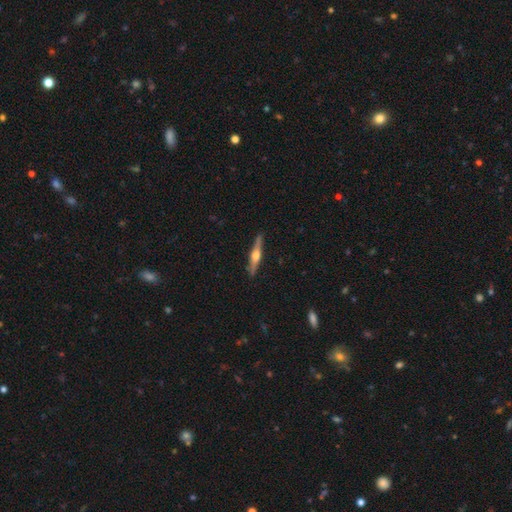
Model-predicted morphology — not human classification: A featured or disk galaxy (73%) viewed edge-on (98%) with a rounded central bulge (94%).

Vote fractions:
- Smooth or featured? featured or disk: 73% / smooth: 22% / star or artifact: 5%
- Edge-on disk? yes: 98% / no: 2%
- Edge-on bulge? rounded: 94% / boxy: 4% / none: 2%
- Merging? none: 90% / minor disturbance: 7% / major disturbance: 2% / merger: 1%